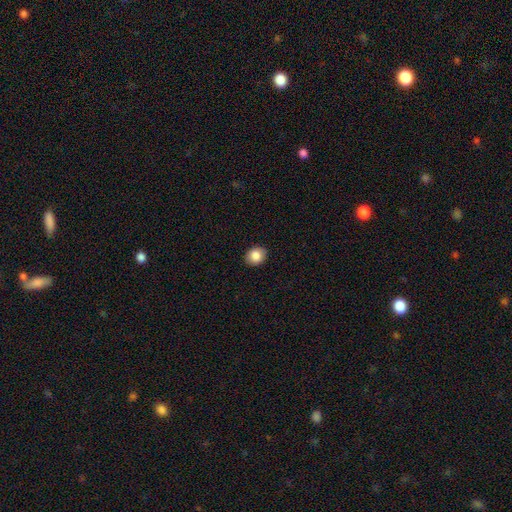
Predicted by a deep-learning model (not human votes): Morphology: type=smooth (86%); roundness=round (56%); merging=none (90%).